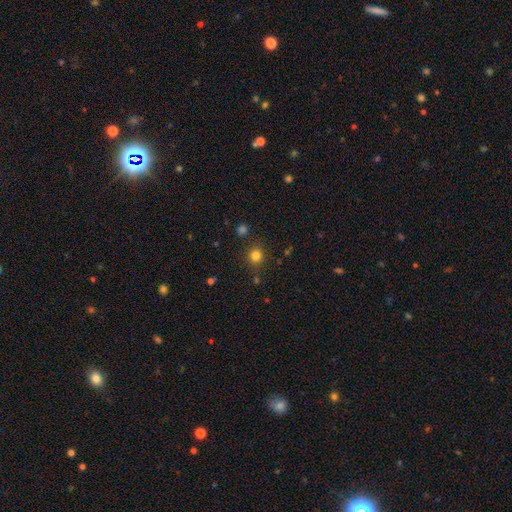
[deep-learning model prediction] Smooth or featured? smooth (80%)
How rounded? round (92%)
Merging? none (87%)